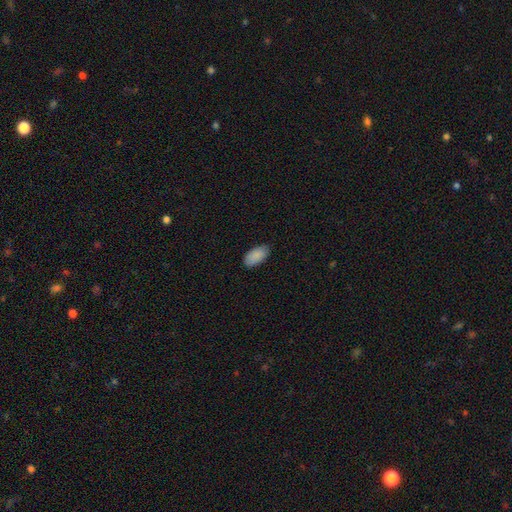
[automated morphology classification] Q: Smooth or featured?
A: smooth (89%); runner-up: star or artifact (7%)
Q: How rounded?
A: in between (95%); runner-up: cigar-shaped (3%)
Q: Merging?
A: none (81%); runner-up: minor disturbance (16%)